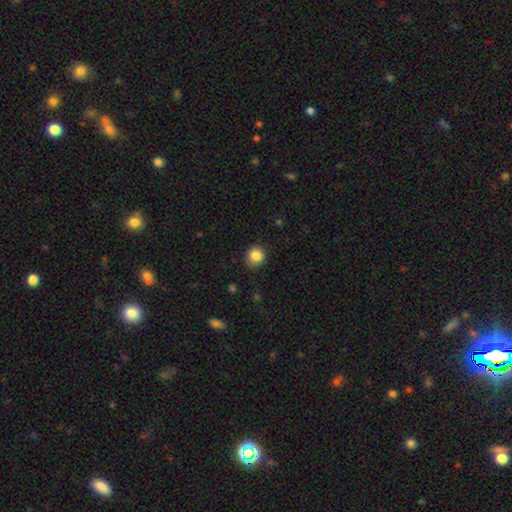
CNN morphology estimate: Smooth or featured? smooth (85%)
How rounded? round (89%)
Merging? none (86%)